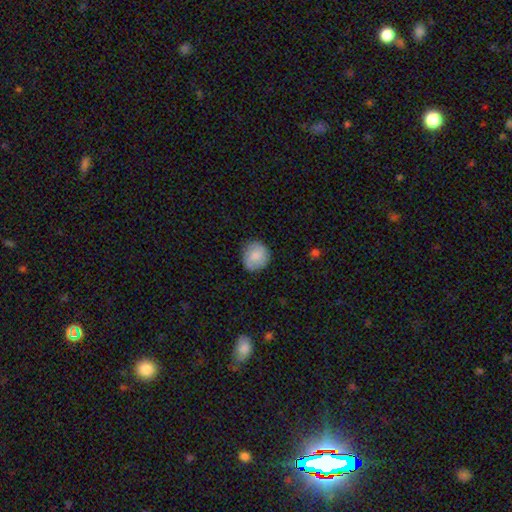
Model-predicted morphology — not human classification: smooth-or-featured: smooth: 79% | featured or disk: 14% | star or artifact: 7%
  how-rounded: round: 89% | in between: 10% | cigar-shaped: 1%
  merging: none: 81% | minor disturbance: 15% | major disturbance: 3% | merger: 1%